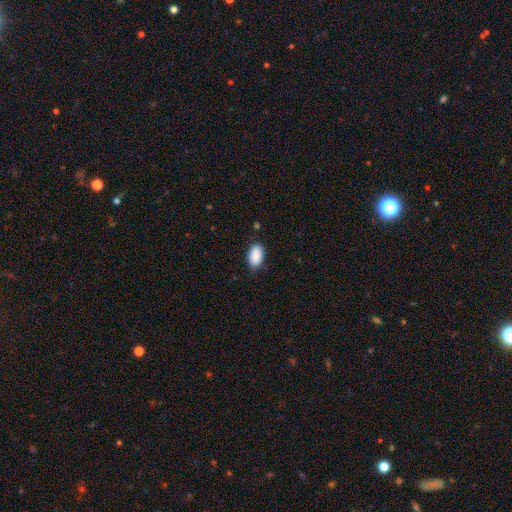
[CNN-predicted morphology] smooth 90%, star or artifact 6%, featured or disk 3%. Down the decision tree: how rounded — in between (95%); merging — none (85%).